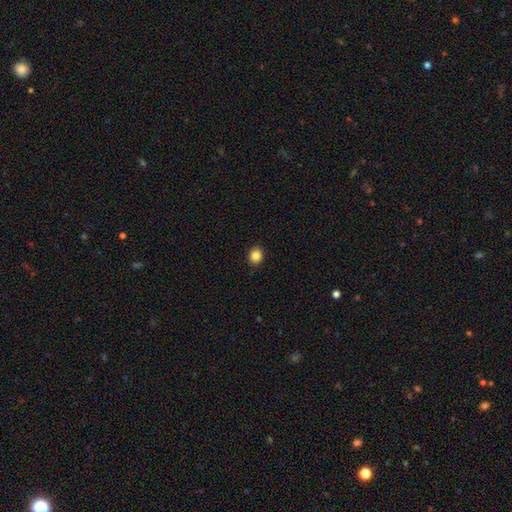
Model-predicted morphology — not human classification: Smooth or featured? Predicted: smooth (p=0.85). How rounded? Predicted: round (p=0.69). Merging? Predicted: none (p=0.90).